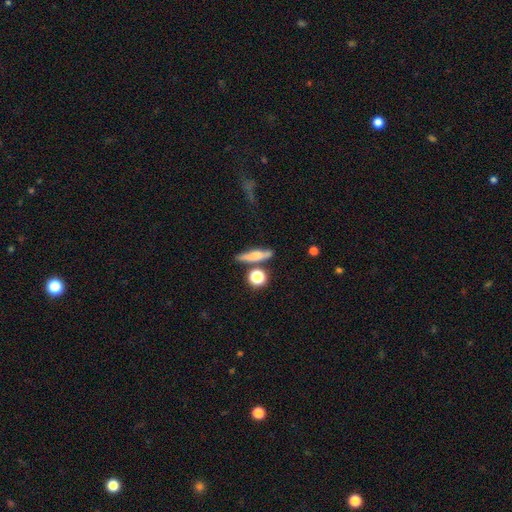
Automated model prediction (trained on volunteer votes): smooth_or_featured: smooth (p=0.55) [alt: featured or disk p=0.35]
how_rounded: cigar-shaped (p=0.67) [alt: in between p=0.20]
merging: none (p=0.70) [alt: minor disturbance p=0.14]